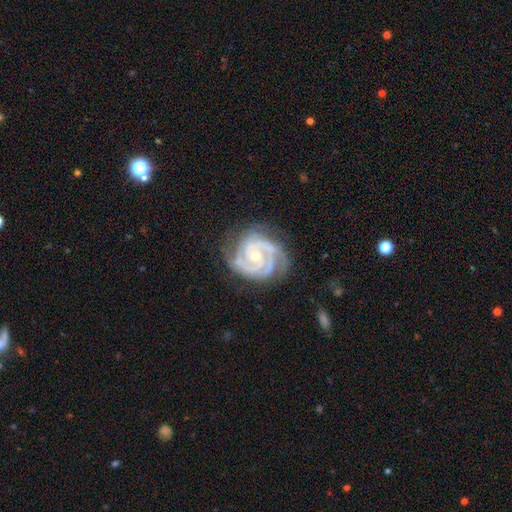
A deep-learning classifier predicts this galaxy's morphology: Smooth or featured: featured or disk — 93% (star or artifact — 4%)
Edge-on disk: no — 98% (yes — 2%)
Bar: no — 67% (weak — 25%)
Spiral arms: yes — 99% (no — 1%)
Spiral winding: tight — 74% (medium — 24%)
Spiral arm count: 3 — 47% (2 — 29%)
Bulge size: small — 65% (moderate — 32%)
Merging: none — 73% (minor disturbance — 20%)